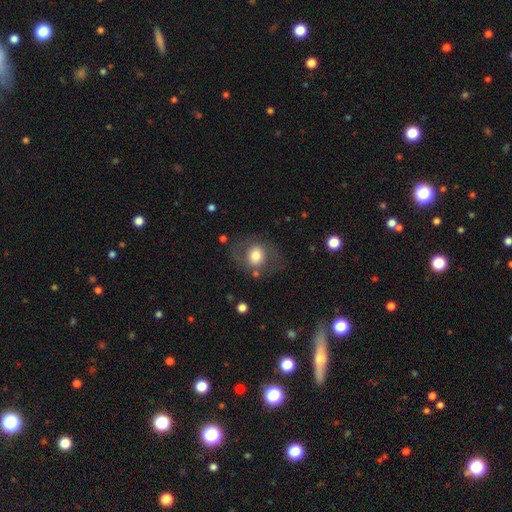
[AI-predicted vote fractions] Smooth or featured: smooth — 66% (featured or disk — 26%)
How rounded: round — 65% (in between — 34%)
Merging: none — 70% (minor disturbance — 16%)